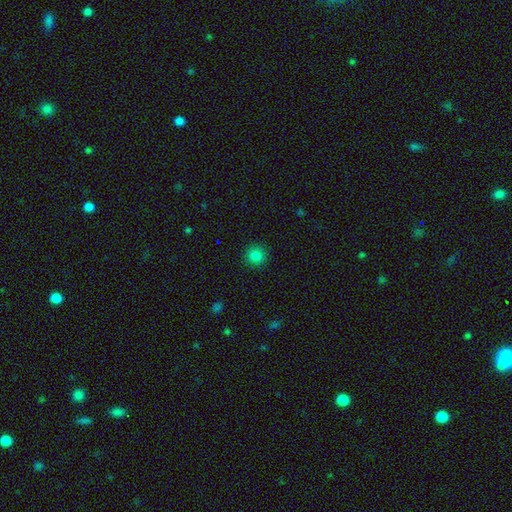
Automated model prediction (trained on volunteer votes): smooth_or_featured: smooth (p=0.84) [alt: star or artifact p=0.12]
how_rounded: round (p=0.94) [alt: in between p=0.05]
merging: none (p=0.92) [alt: minor disturbance p=0.05]